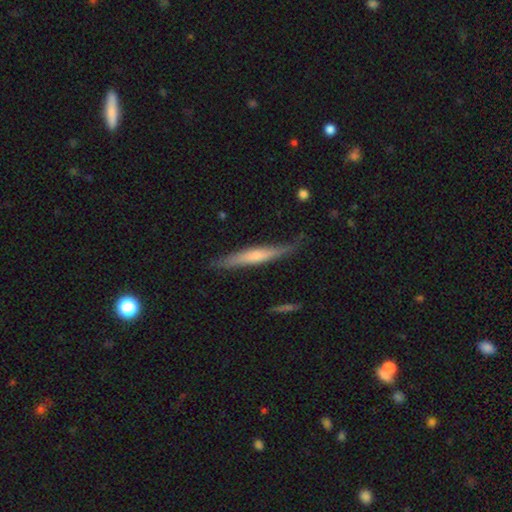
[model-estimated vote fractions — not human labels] Overall: featured or disk (48%; smooth 47%). Merging: none (76%).